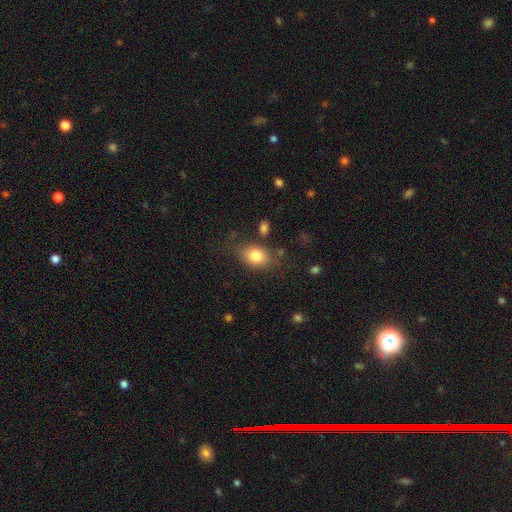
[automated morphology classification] Smooth or featured?
  - smooth: 80% *
  - featured or disk: 10%
  - star or artifact: 9%
How rounded?
  - in between: 65% *
  - round: 34%
  - cigar-shaped: 1%
Merging?
  - none: 73% *
  - minor disturbance: 17%
  - major disturbance: 6%
  - merger: 4%